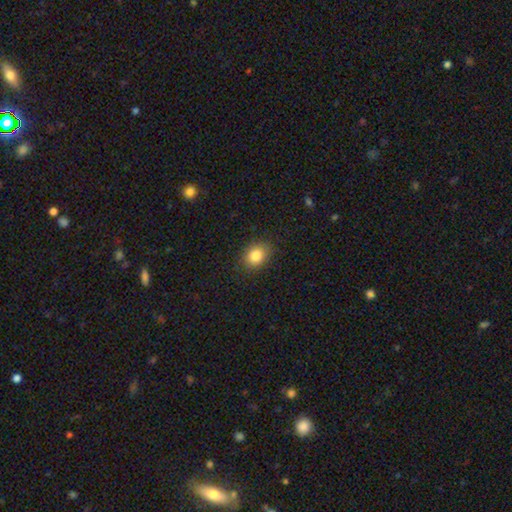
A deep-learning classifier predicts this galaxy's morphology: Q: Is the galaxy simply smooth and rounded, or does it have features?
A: smooth — 84%.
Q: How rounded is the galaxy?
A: in between — 57%.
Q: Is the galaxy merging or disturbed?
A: none — 86%.